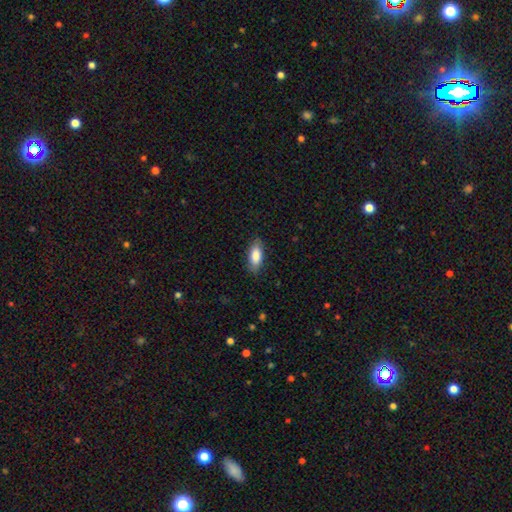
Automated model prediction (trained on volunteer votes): This appears to be a smooth galaxy with no disk features (84%) that is in between round and cigar-shaped (85%). Merging: none (85%).